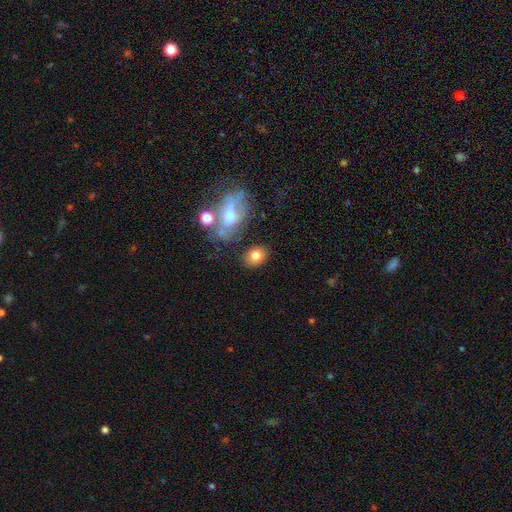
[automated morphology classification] Smooth or featured? Predicted: smooth (p=0.76). How rounded? Predicted: in between (p=0.59). Merging? Predicted: none (p=0.76).